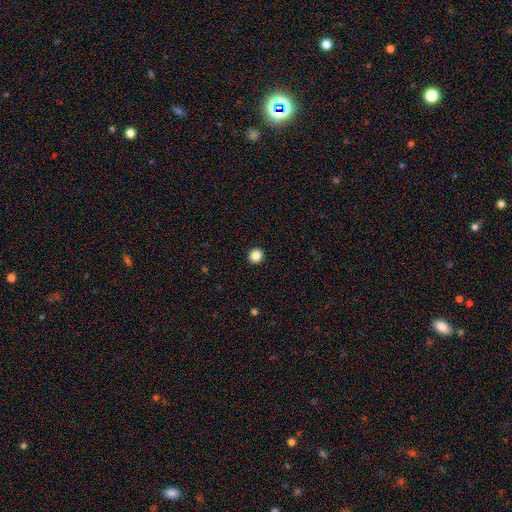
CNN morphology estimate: Smooth or featured?
  - smooth: 86% *
  - star or artifact: 11%
  - featured or disk: 3%
How rounded?
  - round: 94% *
  - in between: 5%
  - cigar-shaped: 1%
Merging?
  - none: 94% *
  - minor disturbance: 4%
  - major disturbance: 1%
  - merger: 1%